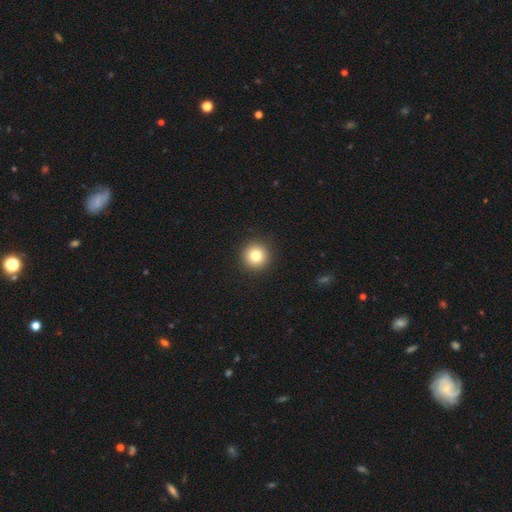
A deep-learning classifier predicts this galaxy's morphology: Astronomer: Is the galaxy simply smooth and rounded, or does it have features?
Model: smooth — 80%.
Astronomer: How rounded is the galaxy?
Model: round — 96%.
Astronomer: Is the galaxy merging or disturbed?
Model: none — 93%.